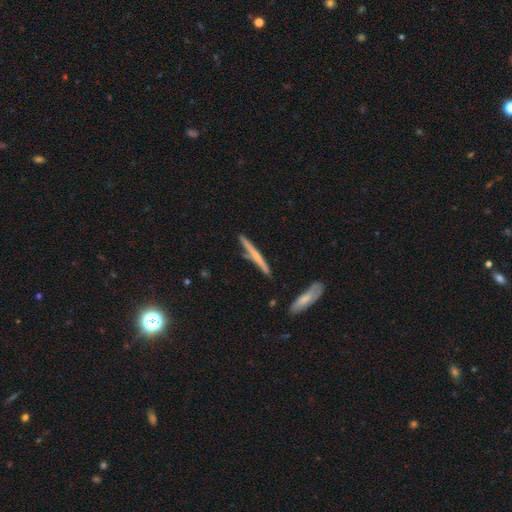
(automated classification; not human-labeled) Morphology: type=featured or disk (48%); merging=none (86%).